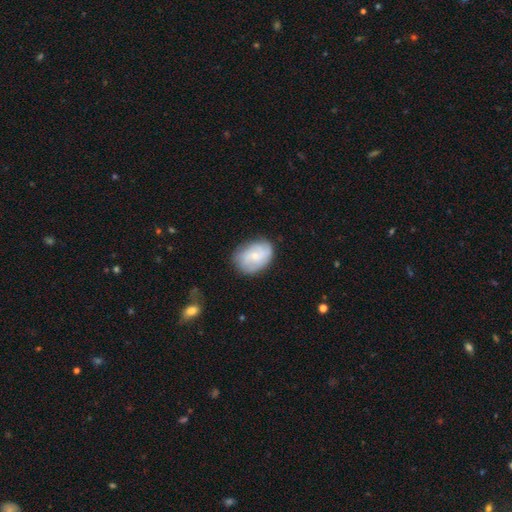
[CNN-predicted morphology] Smooth or featured? Predicted: smooth (p=0.47). Merging? Predicted: none (p=0.71).